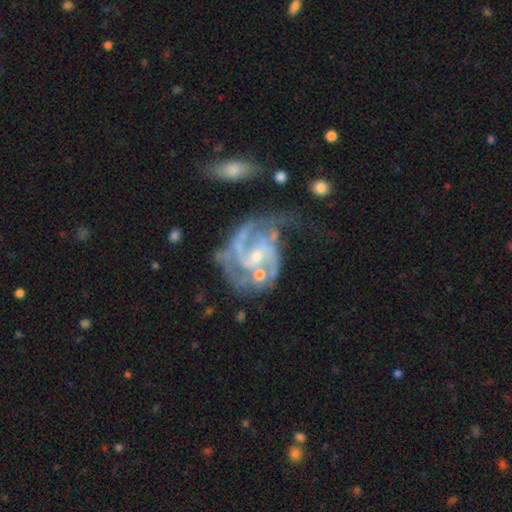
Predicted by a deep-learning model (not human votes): Overall: featured or disk (88%). Edge-on disk: no (98%). Bar: no (44%; weak 43%). Spiral arms: yes (94%). Spiral arm count: 2 (53%; can't tell 17%). Spiral winding: medium (49%; tight 32%). Bulge size: small (57%; moderate 34%). Merging: none (35%; major disturbance 30%).